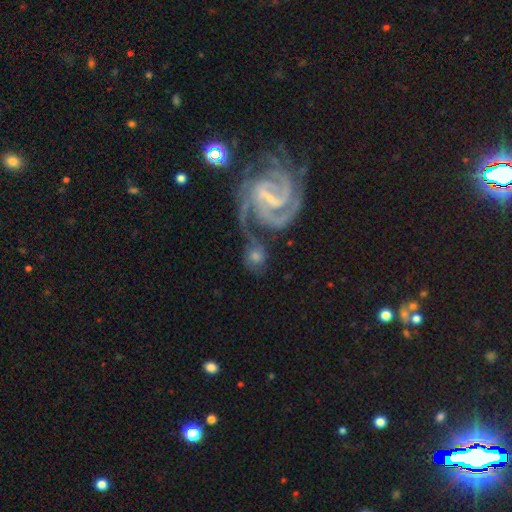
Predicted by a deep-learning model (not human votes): smooth-or-featured: featured or disk: 59% | smooth: 33% | star or artifact: 8%
  disk-edge-on: no: 96% | yes: 4%
    bar: weak: 42% | no: 34% | strong: 24%
    has-spiral-arms: yes: 89% | no: 11%
      spiral-winding: tight: 47% | medium: 42% | loose: 11%
      spiral-arm-count: 2: 53% | 3: 17% | can't tell: 16% | 1: 6% | 4: 5% | more than 4: 4%
    bulge-size: small: 51% | moderate: 32% | none: 9% | large: 6% | dominant: 2%
  merging: none: 48% | merger: 26% | minor disturbance: 15% | major disturbance: 11%